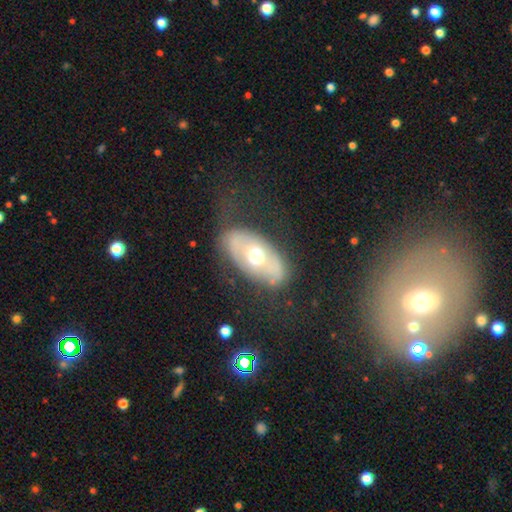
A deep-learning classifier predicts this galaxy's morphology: A featured or disk galaxy (51%). Merging: none (67%).